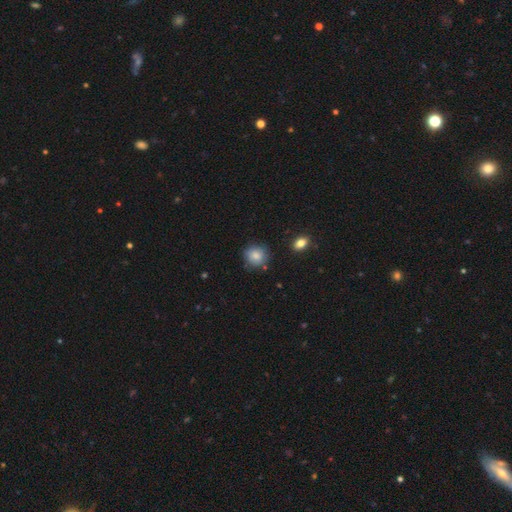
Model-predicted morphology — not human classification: Smooth or featured? smooth (81%)
How rounded? round (88%)
Merging? none (81%)